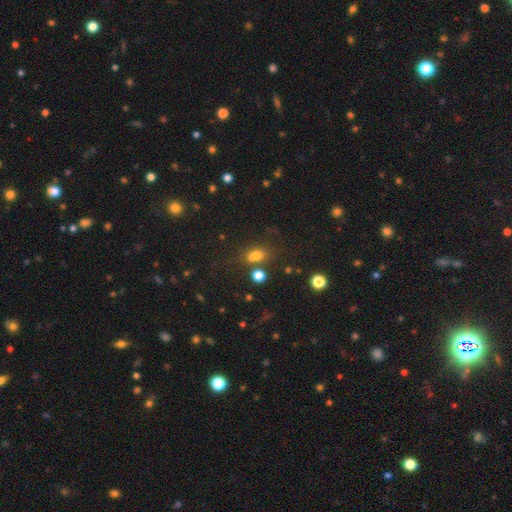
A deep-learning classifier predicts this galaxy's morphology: This is likely a smooth galaxy (71%). How rounded: likely in between (68%). Merging: possibly none (52%).